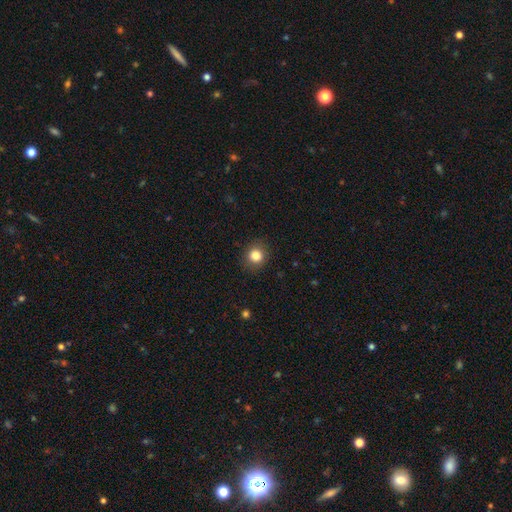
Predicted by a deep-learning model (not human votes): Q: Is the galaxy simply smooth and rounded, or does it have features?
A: smooth — 83%.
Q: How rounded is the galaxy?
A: round — 80%.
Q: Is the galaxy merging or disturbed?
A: none — 88%.